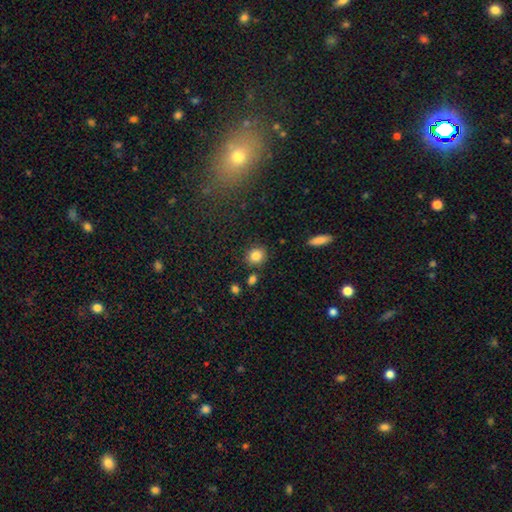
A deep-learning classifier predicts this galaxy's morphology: smooth-or-featured: smooth: 84% | star or artifact: 10% | featured or disk: 6%
  how-rounded: round: 76% | in between: 23% | cigar-shaped: 1%
  merging: none: 84% | minor disturbance: 9% | merger: 5% | major disturbance: 3%